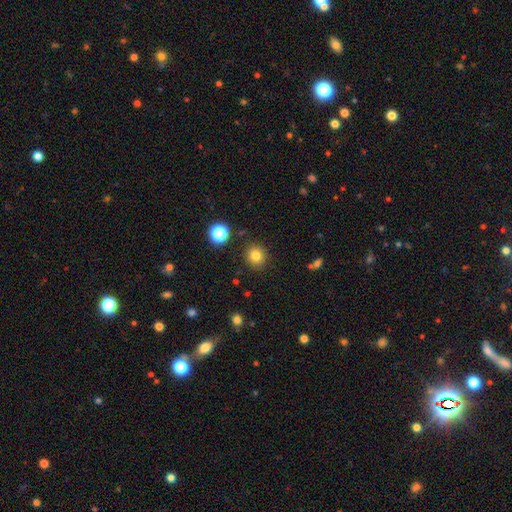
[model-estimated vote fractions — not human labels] smooth 80%, star or artifact 13%, featured or disk 6%. Down the decision tree: how rounded — round (86%); merging — none (89%).